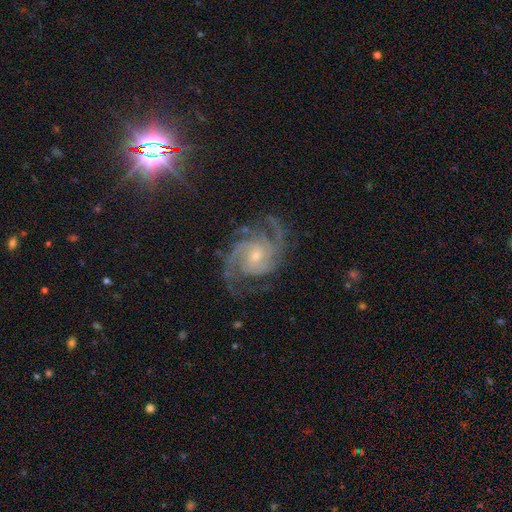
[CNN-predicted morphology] Overall: featured or disk (91%). Edge-on disk: no (98%). Bar: no (64%; weak 29%). Spiral arms: yes (98%). Spiral arm count: 3 (34%; 2 24%). Spiral winding: medium (48%; tight 42%). Bulge size: small (68%). Merging: none (72%).